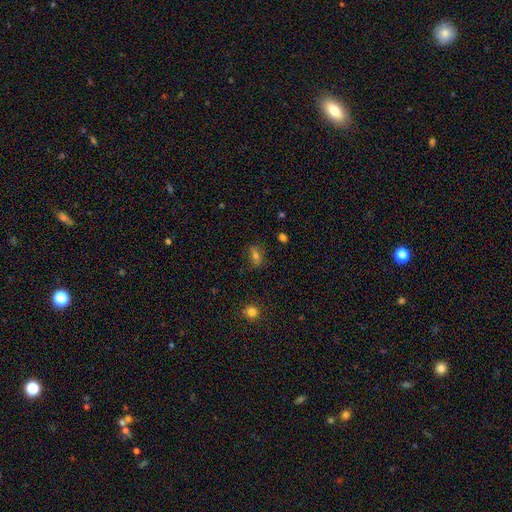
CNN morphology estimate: The model was most divided on "smooth or featured": smooth: 57%, star or artifact: 23%, featured or disk: 21%. More confident: merging — none (77%); how rounded — in between (67%).